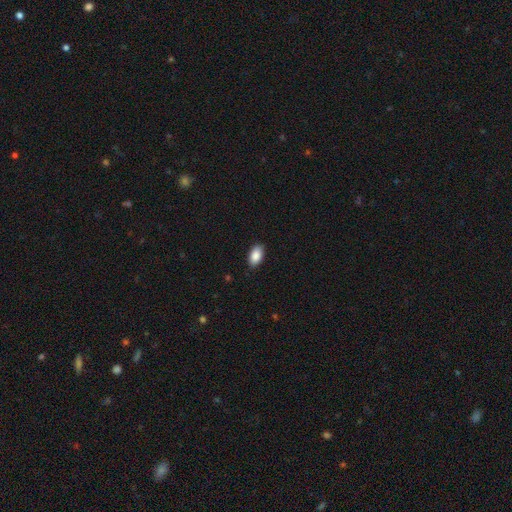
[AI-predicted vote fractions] Morphology: type=smooth (88%); roundness=in between (94%); merging=none (88%).